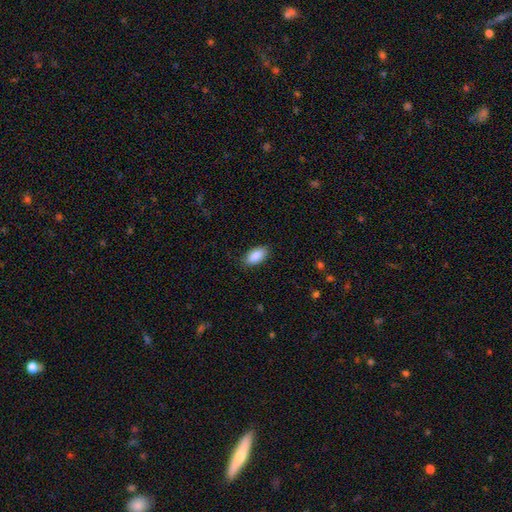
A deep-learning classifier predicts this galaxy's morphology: Smooth or featured: smooth — 90% (star or artifact — 6%)
How rounded: in between — 93% (cigar-shaped — 4%)
Merging: none — 86% (minor disturbance — 11%)